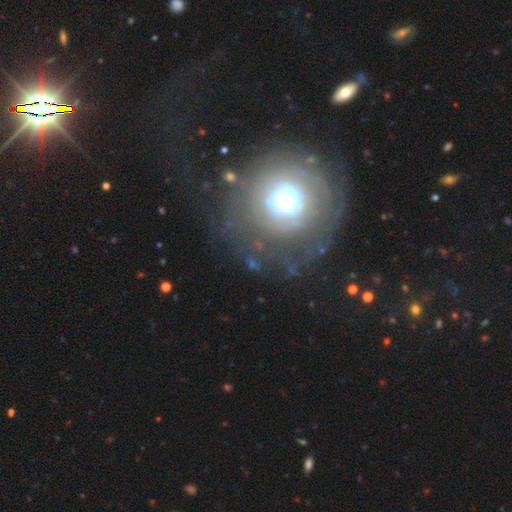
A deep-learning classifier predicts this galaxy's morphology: Overall: featured or disk (50%; smooth 31%). Edge-on disk: no (95%). Merging: none (66%).